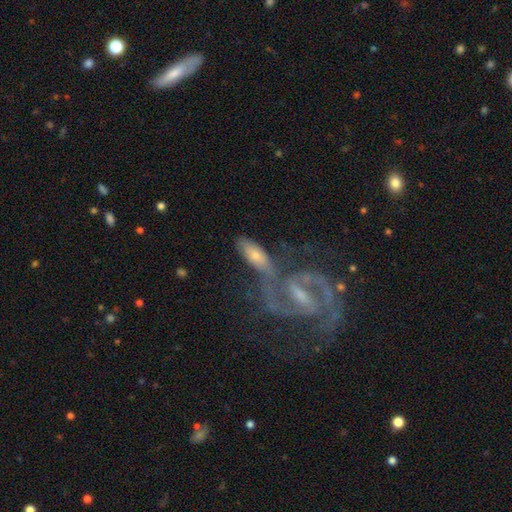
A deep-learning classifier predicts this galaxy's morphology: smooth_or_featured: featured or disk (p=0.62) [alt: smooth p=0.29]
disk_edge_on: no (p=0.87) [alt: yes p=0.13]
bar: weak (p=0.38) [alt: no p=0.37]
has_spiral_arms: yes (p=0.81) [alt: no p=0.19]
bulge_size: small (p=0.47) [alt: moderate p=0.42]
merging: merger (p=0.37) [alt: none p=0.36]